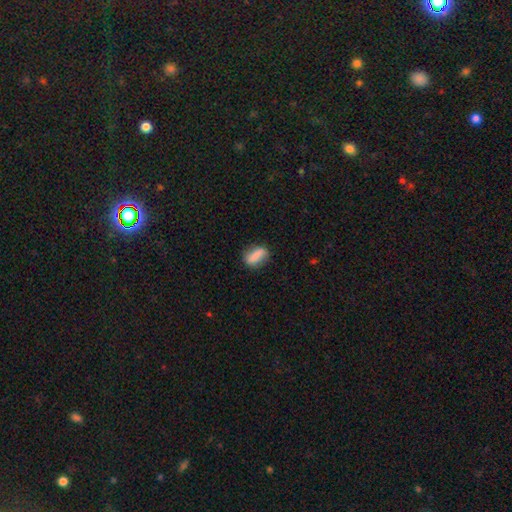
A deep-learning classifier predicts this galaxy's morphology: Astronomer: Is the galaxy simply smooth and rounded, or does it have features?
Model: smooth — 72%.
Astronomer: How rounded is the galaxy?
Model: in between — 74%.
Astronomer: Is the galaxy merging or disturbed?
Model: none — 74%.